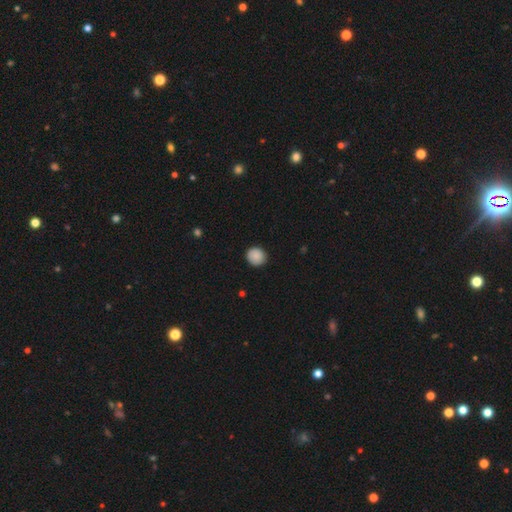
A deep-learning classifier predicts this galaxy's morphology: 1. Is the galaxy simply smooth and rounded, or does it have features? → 88% smooth, 8% star or artifact, 4% featured or disk.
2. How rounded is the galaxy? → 87% round, 12% in between, 1% cigar-shaped.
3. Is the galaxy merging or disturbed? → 87% none, 10% minor disturbance, 2% major disturbance, 1% merger.